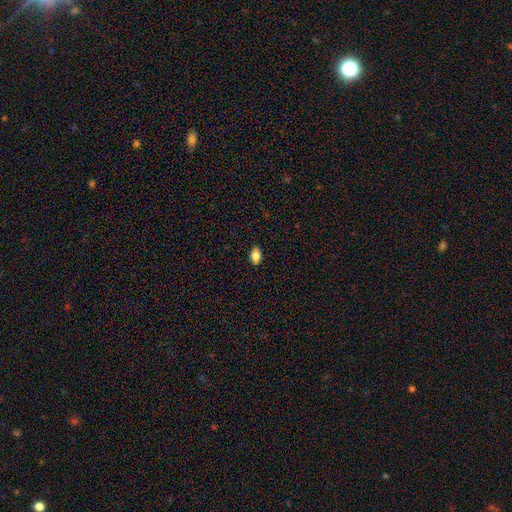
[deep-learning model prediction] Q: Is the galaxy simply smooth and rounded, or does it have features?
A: smooth — 85%.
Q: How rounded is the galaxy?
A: in between — 82%.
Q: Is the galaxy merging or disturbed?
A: none — 88%.